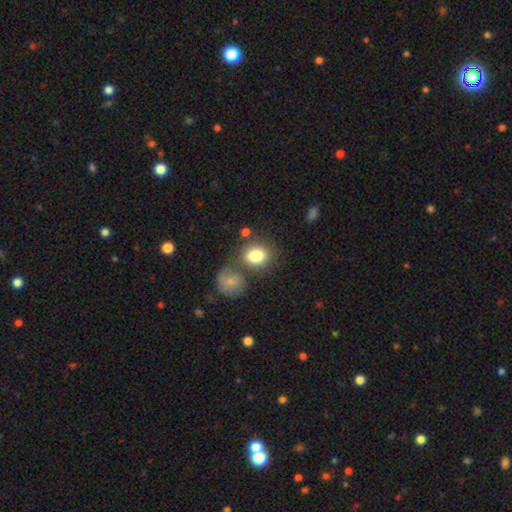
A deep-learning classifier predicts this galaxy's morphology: smooth_or_featured: smooth (p=0.82) [alt: featured or disk p=0.09]
how_rounded: round (p=0.68) [alt: in between p=0.31]
merging: none (p=0.62) [alt: merger p=0.20]